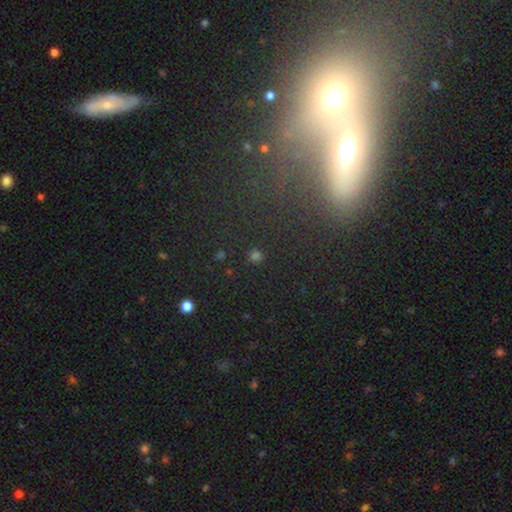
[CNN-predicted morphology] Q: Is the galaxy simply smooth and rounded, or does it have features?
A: smooth — 55%.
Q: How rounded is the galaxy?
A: round — 87%.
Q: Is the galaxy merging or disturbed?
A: none — 87%.